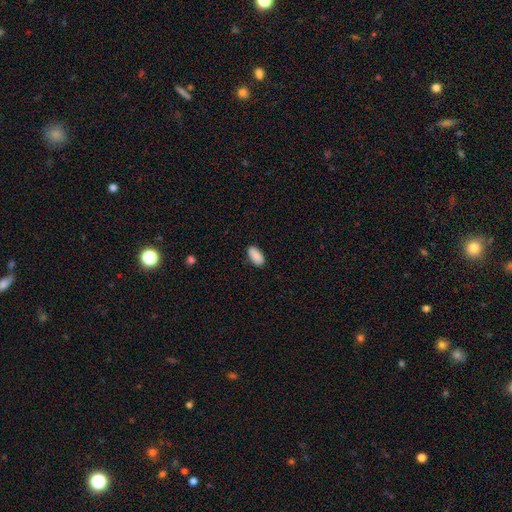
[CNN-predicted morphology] Smooth or featured: smooth — 90% (star or artifact — 7%)
How rounded: in between — 93% (cigar-shaped — 5%)
Merging: none — 87% (minor disturbance — 10%)